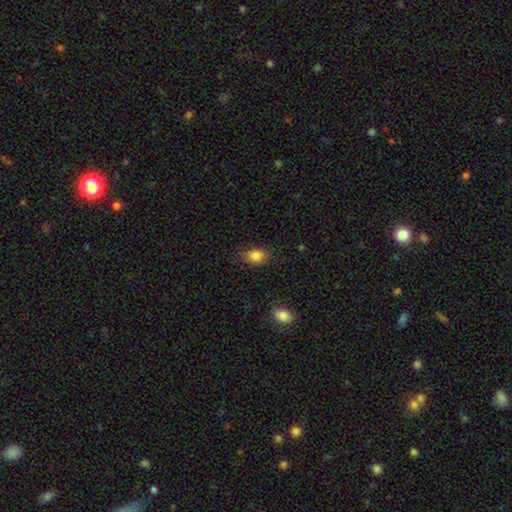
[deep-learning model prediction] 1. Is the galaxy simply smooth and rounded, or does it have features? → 85% smooth, 9% star or artifact, 5% featured or disk.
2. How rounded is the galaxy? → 75% in between, 23% round, 2% cigar-shaped.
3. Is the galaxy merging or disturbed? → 73% none, 21% minor disturbance, 5% major disturbance, 1% merger.